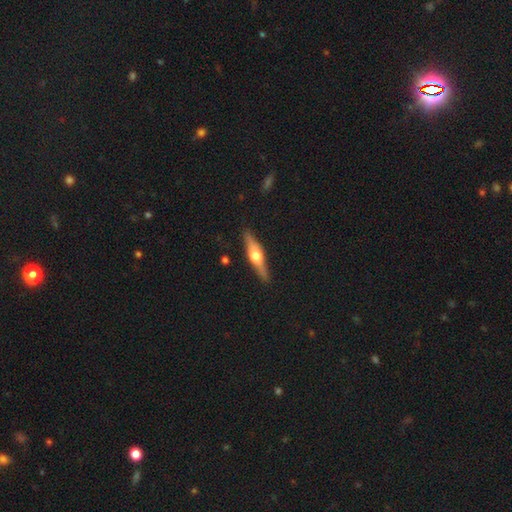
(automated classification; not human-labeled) Q: Smooth or featured?
A: featured or disk (68%); runner-up: smooth (27%)
Q: Edge-on disk?
A: yes (96%); runner-up: no (4%)
Q: Edge-on bulge?
A: rounded (93%); runner-up: boxy (5%)
Q: Merging?
A: none (89%); runner-up: minor disturbance (8%)